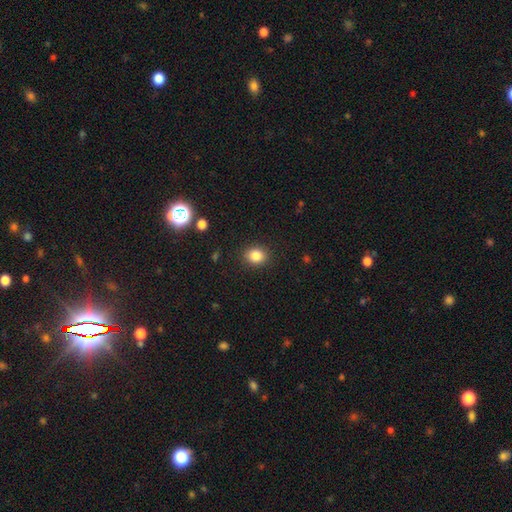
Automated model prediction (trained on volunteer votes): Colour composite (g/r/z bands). It shows a smooth galaxy with no disk features (84%) that is round (66%). Merging: none (89%).